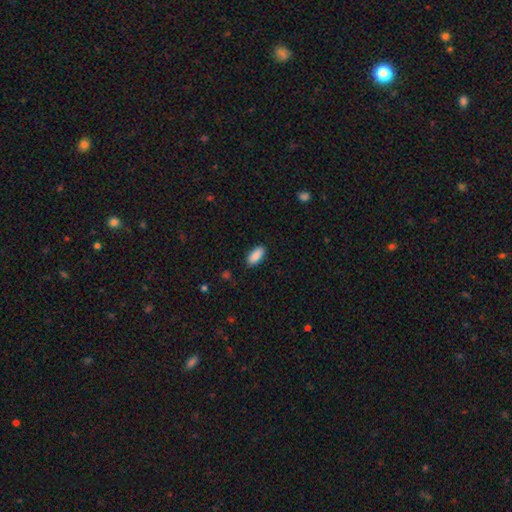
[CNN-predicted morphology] Smooth or featured? Predicted: smooth (p=0.89). How rounded? Predicted: in between (p=0.87). Merging? Predicted: none (p=0.87).